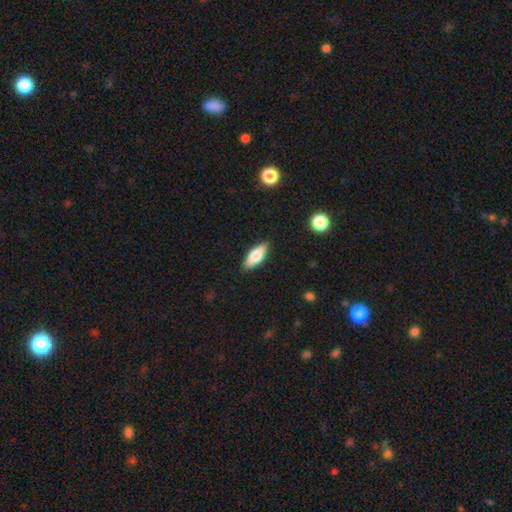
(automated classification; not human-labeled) Smooth or featured?
  - smooth: 70% *
  - featured or disk: 24%
  - star or artifact: 6%
How rounded?
  - in between: 69% *
  - cigar-shaped: 28%
  - round: 2%
Merging?
  - none: 88% *
  - minor disturbance: 9%
  - major disturbance: 2%
  - merger: 1%